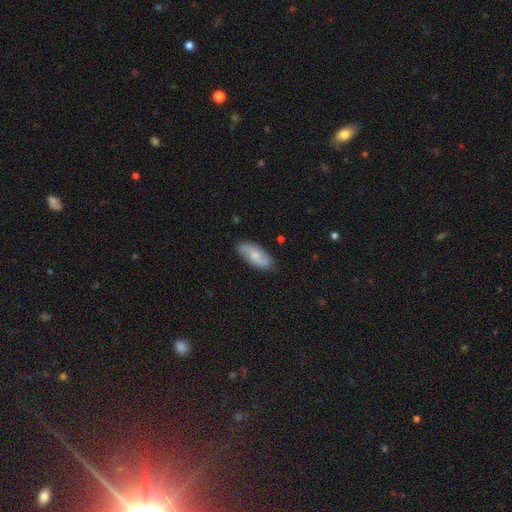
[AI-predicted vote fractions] A smooth galaxy with no disk features (50%). Merging: none (81%).